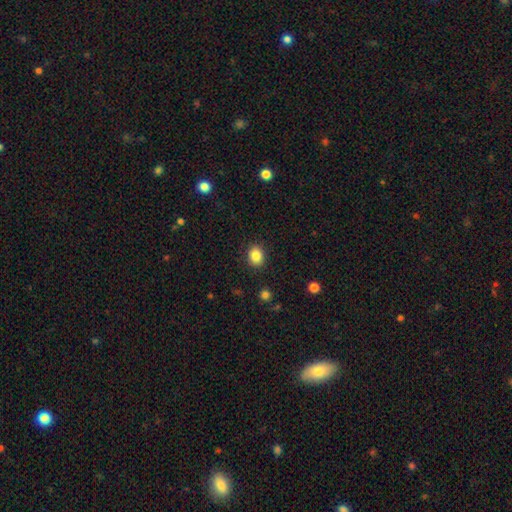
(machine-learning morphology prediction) type=smooth (86%); roundness=round (60%); merging=none (90%).